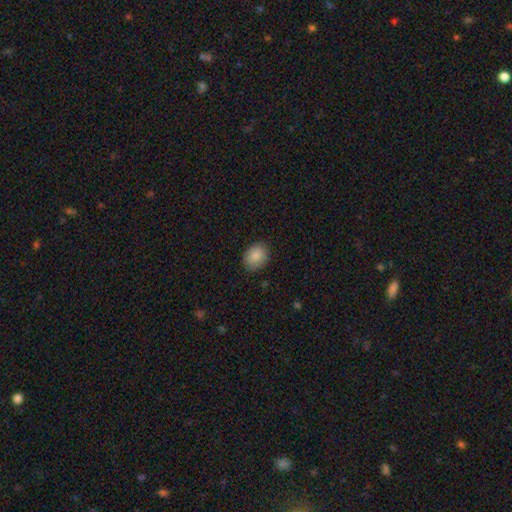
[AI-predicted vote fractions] This appears to be a smooth galaxy with no disk features (87%) that is in between round and cigar-shaped (58%). Merging: none (86%).